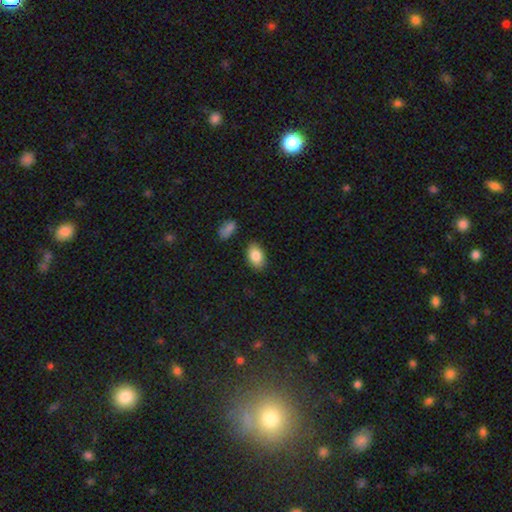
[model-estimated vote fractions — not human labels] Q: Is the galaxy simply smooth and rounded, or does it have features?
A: smooth — 85%.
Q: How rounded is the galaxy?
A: in between — 90%.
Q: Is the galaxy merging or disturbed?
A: none — 84%.